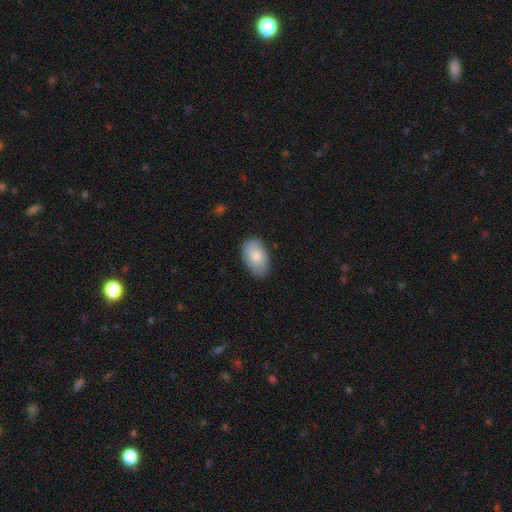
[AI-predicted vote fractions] smooth 80%, featured or disk 14%, star or artifact 6%. Down the decision tree: how rounded — in between (92%); merging — none (81%).